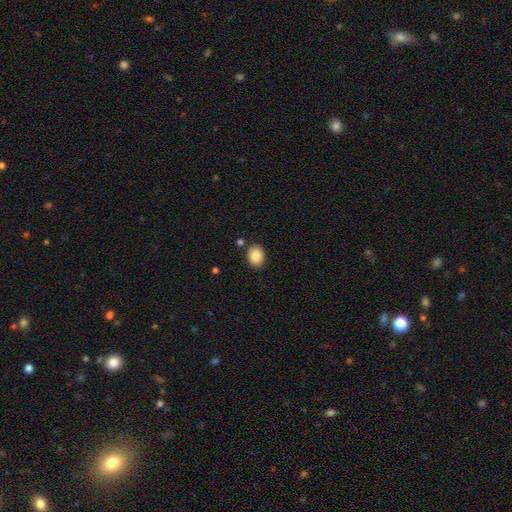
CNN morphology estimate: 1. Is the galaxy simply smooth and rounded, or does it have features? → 88% smooth, 8% star or artifact, 4% featured or disk.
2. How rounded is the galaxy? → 50% in between, 49% round, 1% cigar-shaped.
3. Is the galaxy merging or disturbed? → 84% none, 9% minor disturbance, 4% merger, 3% major disturbance.